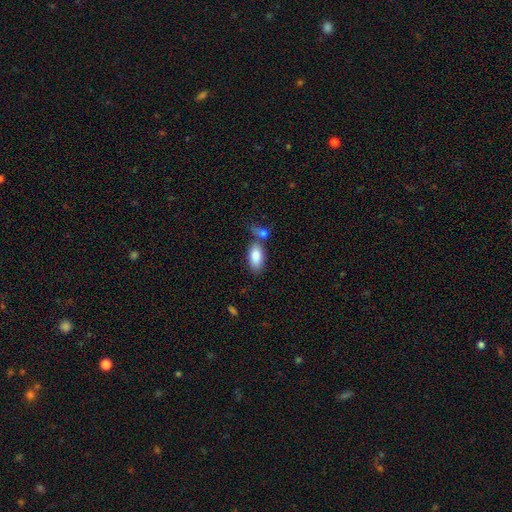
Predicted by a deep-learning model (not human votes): The model was most divided on "merging": none: 54%, merger: 27%, minor disturbance: 14%, major disturbance: 5%. More confident: how rounded — in between (91%); smooth or featured — smooth (83%).